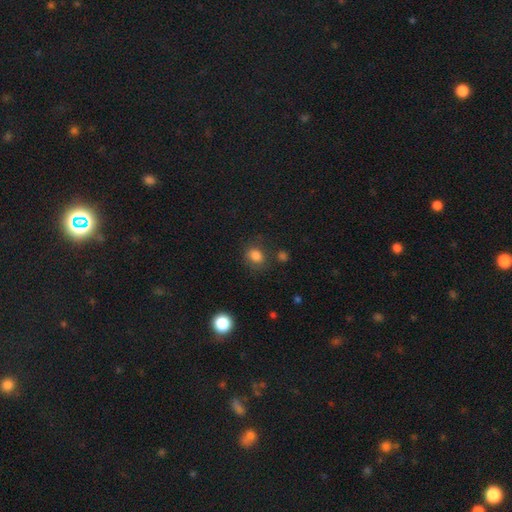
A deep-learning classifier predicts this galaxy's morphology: smooth_or_featured: smooth (p=0.82) [alt: star or artifact p=0.12]
how_rounded: round (p=0.58) [alt: in between p=0.41]
merging: none (p=0.73) [alt: minor disturbance p=0.16]